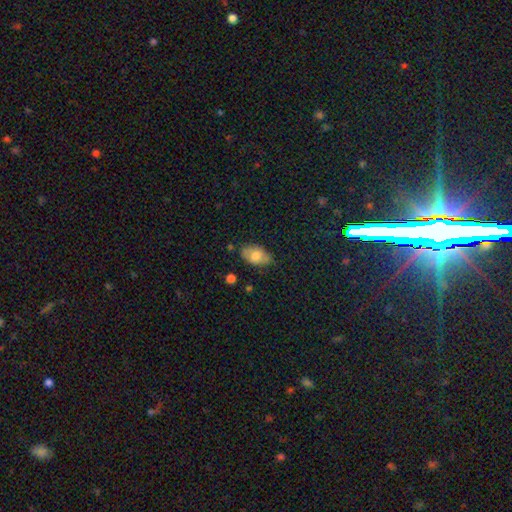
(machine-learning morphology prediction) The model was most divided on "merging": none: 71%, minor disturbance: 22%, major disturbance: 4%, merger: 2%. More confident: how rounded — in between (92%); smooth or featured — smooth (74%).